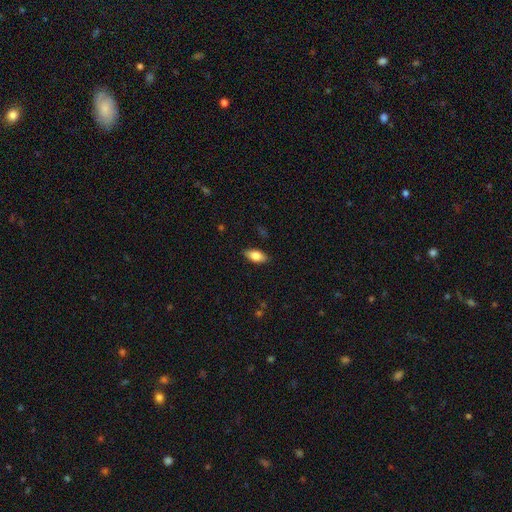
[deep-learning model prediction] This appears to be a smooth galaxy with no disk features (80%) that is in between round and cigar-shaped (89%). Merging: none (87%).